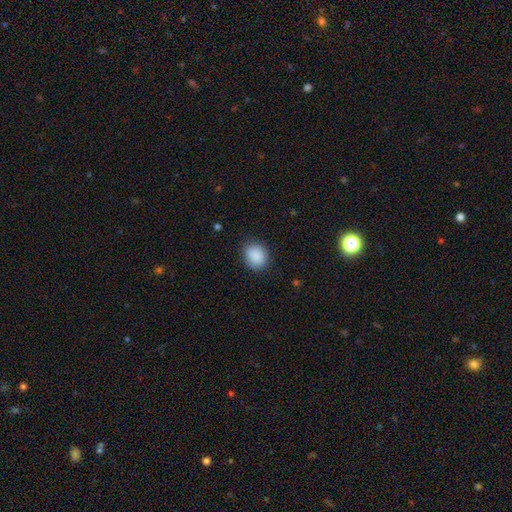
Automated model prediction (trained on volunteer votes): Overall: smooth (89%). How rounded: round (62%; in between 37%). Merging: none (84%).